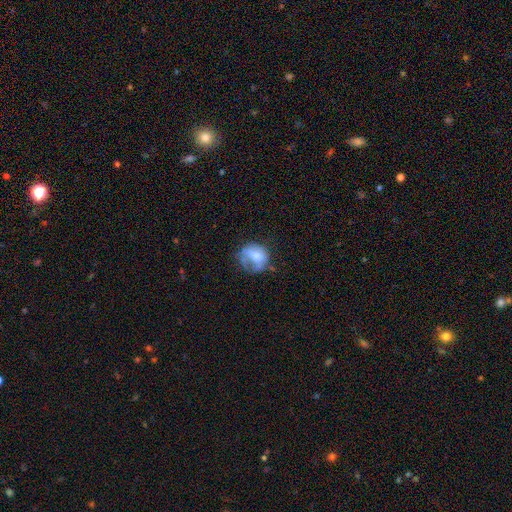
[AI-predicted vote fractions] Smooth or featured? smooth (54%)
How rounded? round (62%)
Merging? none (36%)